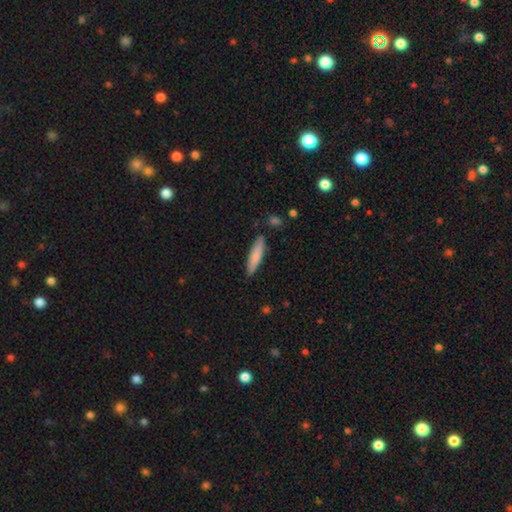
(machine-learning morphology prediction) type=smooth (78%); roundness=cigar-shaped (77%); merging=none (86%).